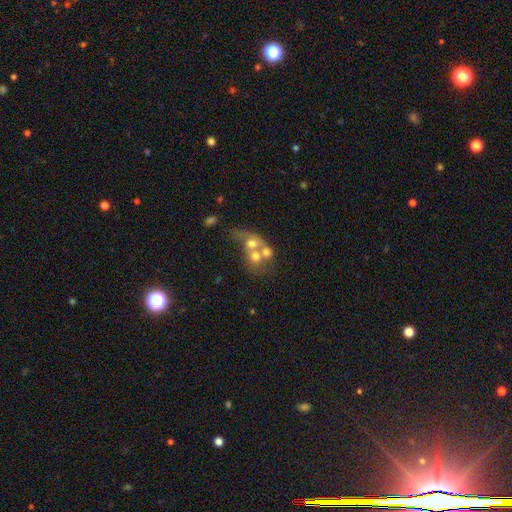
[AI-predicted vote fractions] Morphology: type=featured or disk (42%); merging=merger (67%).